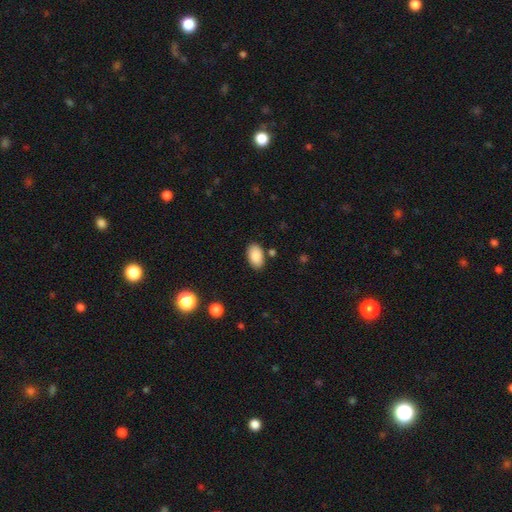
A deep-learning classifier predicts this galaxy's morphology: Smooth or featured: smooth — 89% (star or artifact — 7%)
How rounded: in between — 93% (round — 5%)
Merging: none — 84% (minor disturbance — 10%)